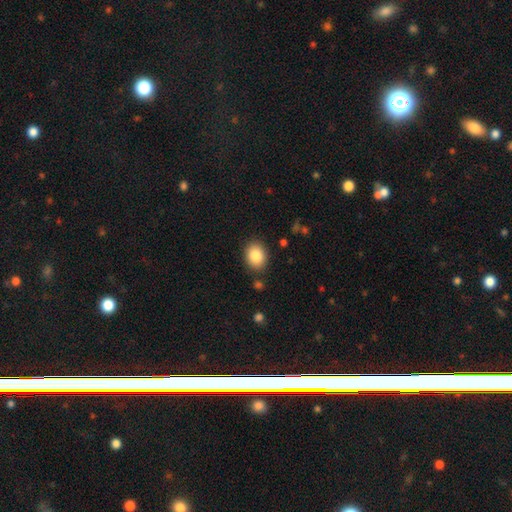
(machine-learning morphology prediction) This appears to be a smooth galaxy with no disk features (85%) that is in between round and cigar-shaped (54%). Merging: none (86%).